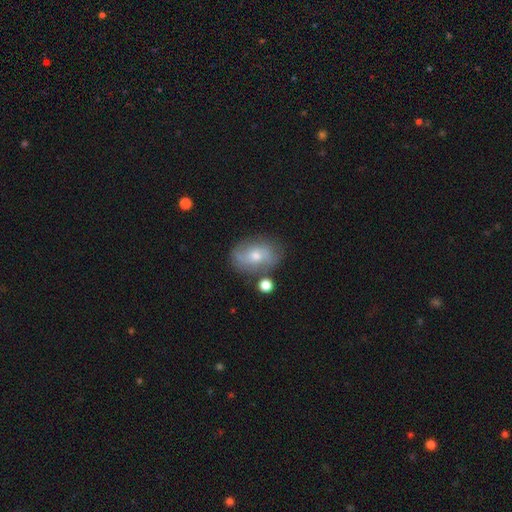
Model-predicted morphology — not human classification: Q: Smooth or featured?
A: featured or disk (54%); runner-up: smooth (37%)
Q: Edge-on disk?
A: no (95%); runner-up: yes (5%)
Q: Bar?
A: no (62%); runner-up: weak (31%)
Q: Spiral arms?
A: yes (76%); runner-up: no (24%)
Q: Bulge size?
A: moderate (51%); runner-up: small (44%)
Q: Merging?
A: none (65%); runner-up: minor disturbance (20%)